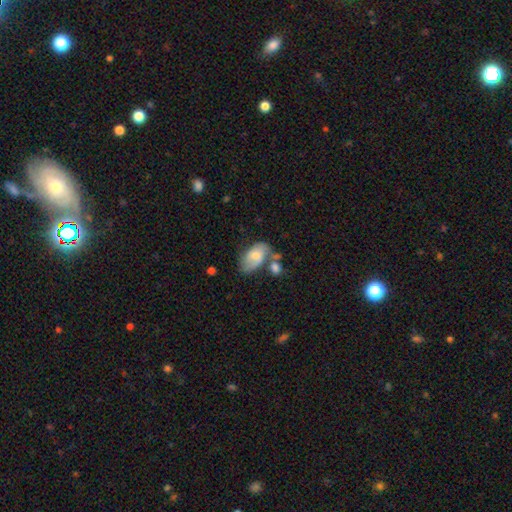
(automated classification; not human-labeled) Smooth or featured? Predicted: smooth (p=0.55). How rounded? Predicted: in between (p=0.91). Merging? Predicted: none (p=0.38).